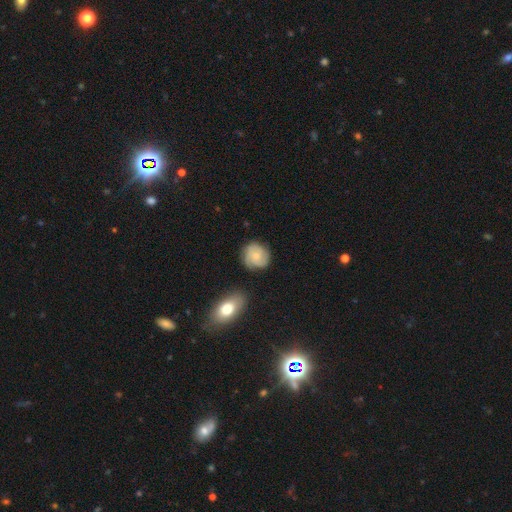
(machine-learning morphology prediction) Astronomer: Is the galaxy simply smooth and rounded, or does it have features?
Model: featured or disk — 48% (runner-up: smooth, 45%).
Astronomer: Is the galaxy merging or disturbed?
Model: none — 77%.